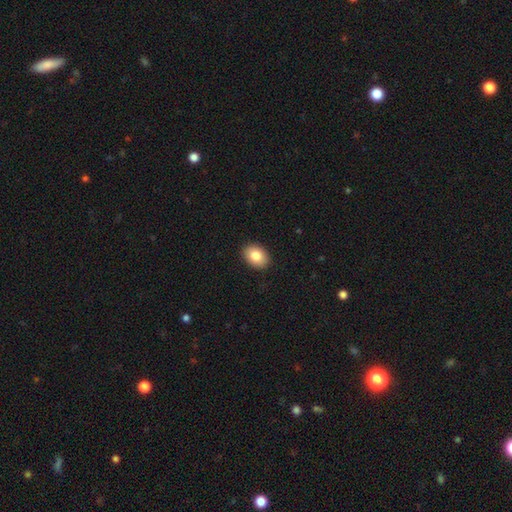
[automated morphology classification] type=smooth (83%); roundness=in between (75%); merging=none (90%).